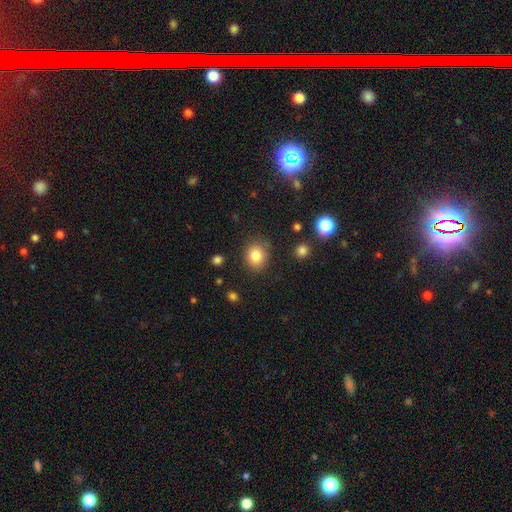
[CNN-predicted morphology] The model was most divided on "how rounded": round: 72%, in between: 27%, cigar-shaped: 1%. More confident: merging — none (83%); smooth or featured — smooth (83%).